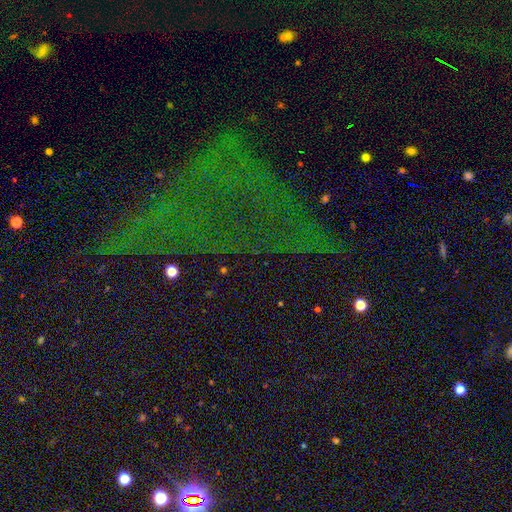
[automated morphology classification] Smooth or featured?
  - star or artifact: 75% *
  - featured or disk: 13%
  - smooth: 12%